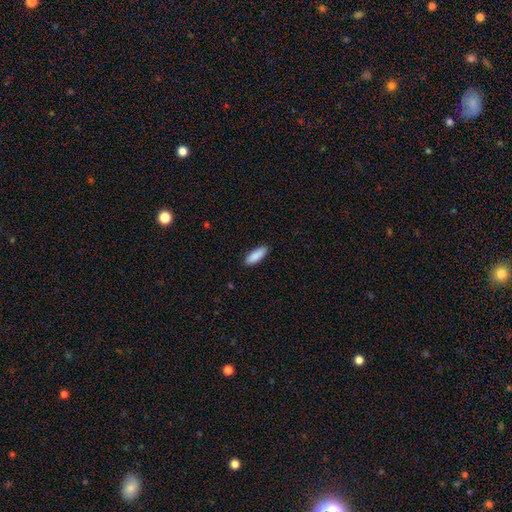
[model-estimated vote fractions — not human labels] smooth 90%, star or artifact 6%, featured or disk 5%. Down the decision tree: how rounded — in between (65%); merging — none (88%).